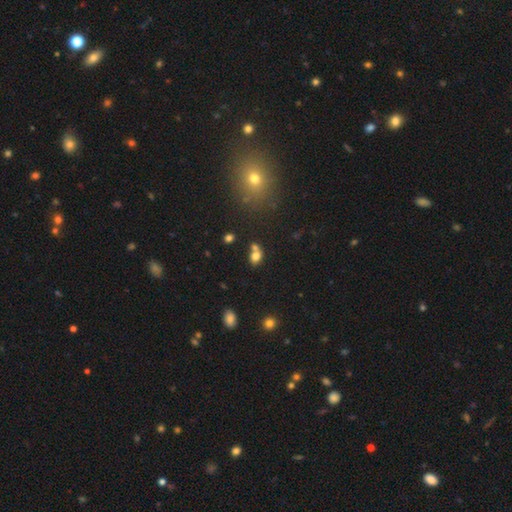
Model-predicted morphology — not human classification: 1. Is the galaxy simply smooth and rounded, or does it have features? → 75% smooth, 13% star or artifact, 12% featured or disk.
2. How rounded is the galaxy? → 58% in between, 41% round, 1% cigar-shaped.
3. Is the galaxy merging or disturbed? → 48% merger, 36% none, 11% minor disturbance, 5% major disturbance.